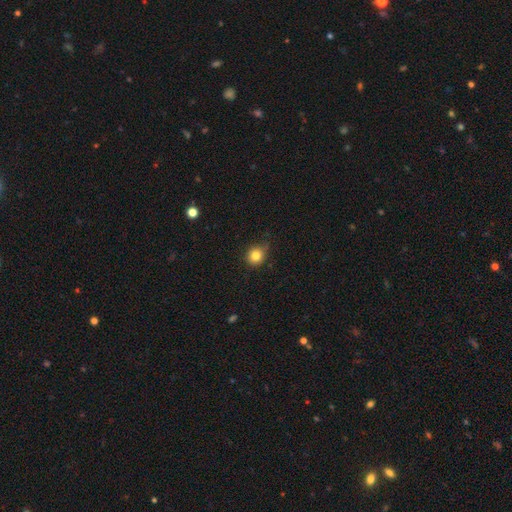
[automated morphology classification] type=smooth (82%); roundness=round (83%); merging=none (72%).